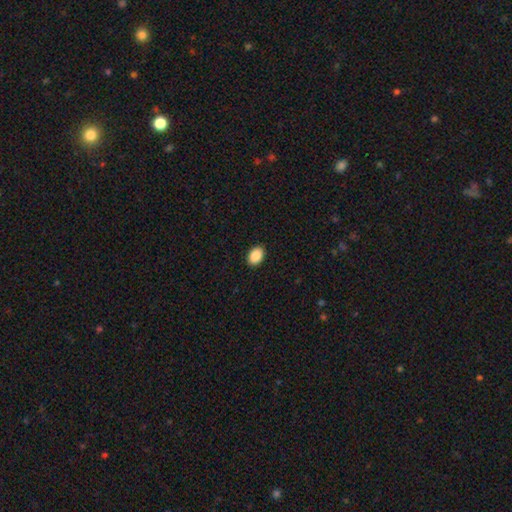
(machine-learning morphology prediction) Smooth or featured? smooth (89%)
How rounded? in between (81%)
Merging? none (91%)